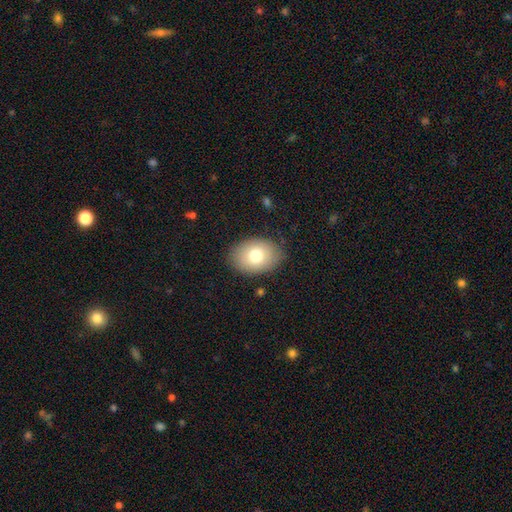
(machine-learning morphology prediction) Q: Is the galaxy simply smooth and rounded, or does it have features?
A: smooth — 77%.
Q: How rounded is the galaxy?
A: in between — 79%.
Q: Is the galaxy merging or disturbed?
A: none — 85%.